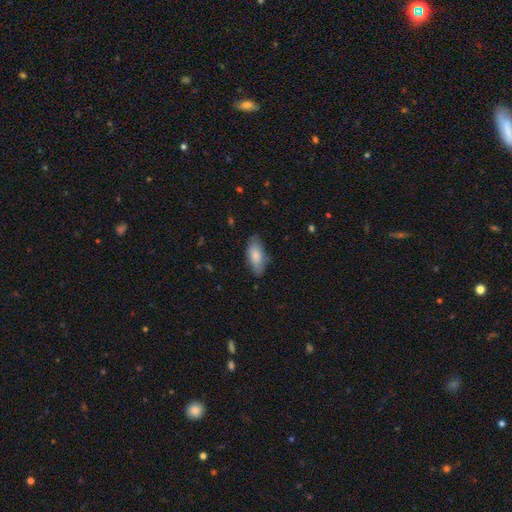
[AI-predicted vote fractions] Smooth or featured?
  - smooth: 82% *
  - featured or disk: 13%
  - star or artifact: 6%
How rounded?
  - in between: 84% *
  - cigar-shaped: 14%
  - round: 2%
Merging?
  - none: 78% *
  - minor disturbance: 18%
  - major disturbance: 3%
  - merger: 1%